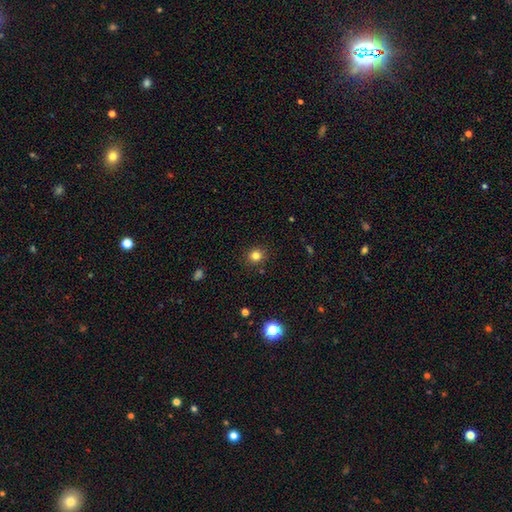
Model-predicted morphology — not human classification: smooth 80%, star or artifact 14%, featured or disk 6%. Down the decision tree: how rounded — round (88%); merging — none (89%).